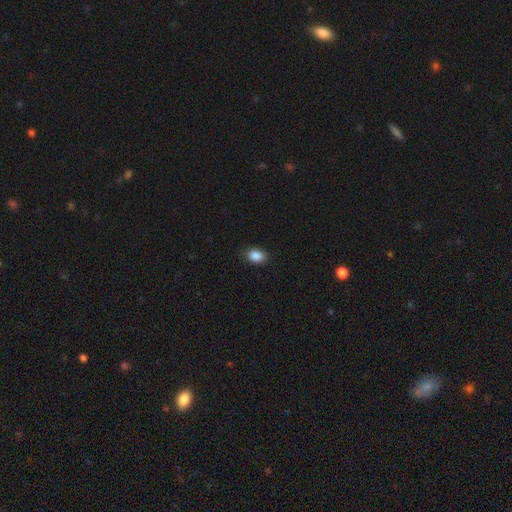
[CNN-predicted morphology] A smooth galaxy with no disk features (89%) that is in between round and cigar-shaped (79%). Merging: none (86%).